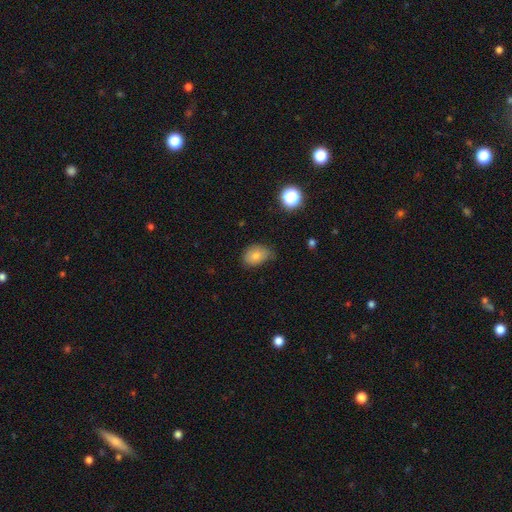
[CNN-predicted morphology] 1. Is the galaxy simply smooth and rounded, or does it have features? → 78% smooth, 12% featured or disk, 11% star or artifact.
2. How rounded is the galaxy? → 74% in between, 25% round, 1% cigar-shaped.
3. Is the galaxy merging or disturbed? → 56% none, 35% minor disturbance, 7% major disturbance, 2% merger.